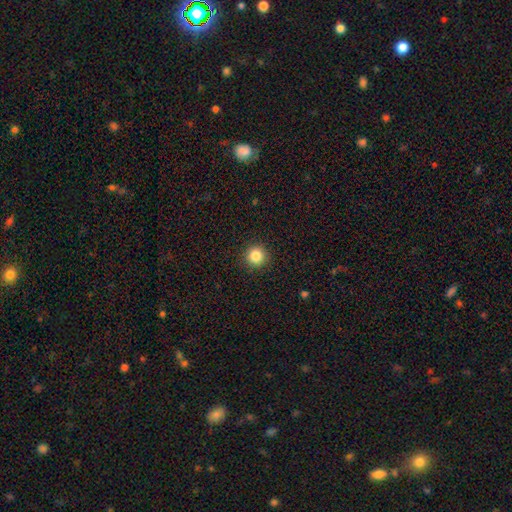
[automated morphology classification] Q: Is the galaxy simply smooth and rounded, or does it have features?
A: smooth — 85%.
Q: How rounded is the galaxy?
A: round — 96%.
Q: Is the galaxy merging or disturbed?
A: none — 93%.